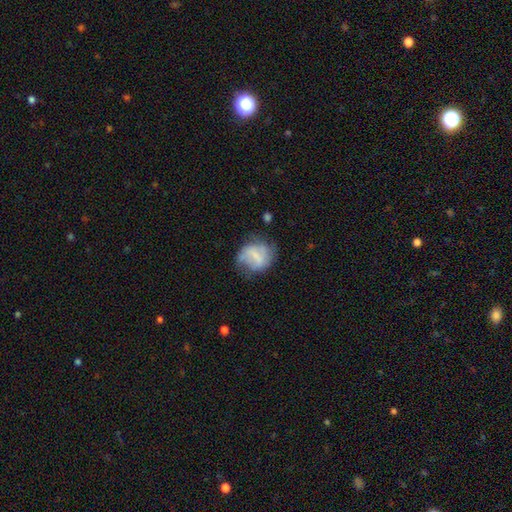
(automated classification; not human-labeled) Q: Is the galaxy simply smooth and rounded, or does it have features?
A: smooth — 55%.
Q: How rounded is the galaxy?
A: round — 62%.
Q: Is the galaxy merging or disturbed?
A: none — 48%.